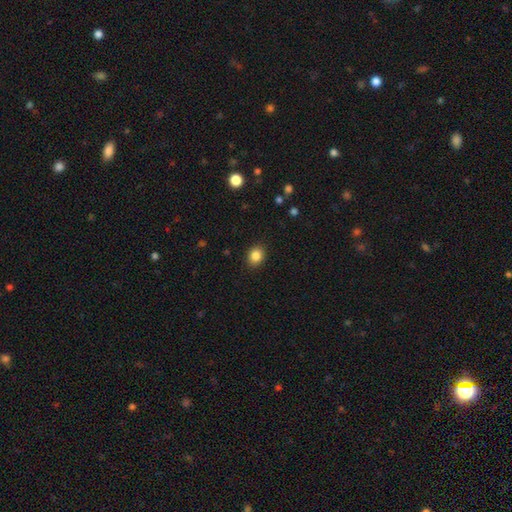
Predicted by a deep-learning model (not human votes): Smooth or featured?
  - smooth: 86% *
  - star or artifact: 10%
  - featured or disk: 4%
How rounded?
  - round: 57% *
  - in between: 42%
  - cigar-shaped: 1%
Merging?
  - none: 90% *
  - minor disturbance: 7%
  - major disturbance: 2%
  - merger: 1%